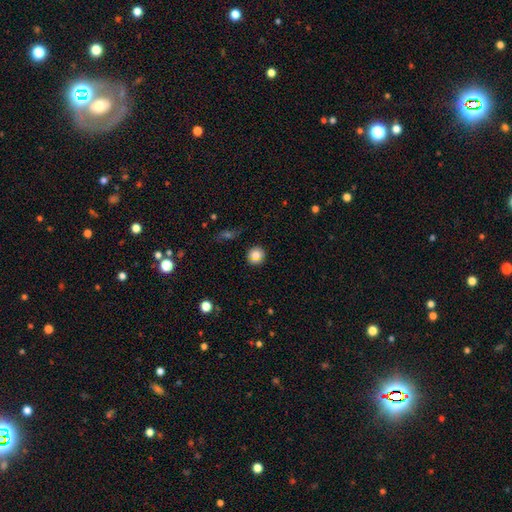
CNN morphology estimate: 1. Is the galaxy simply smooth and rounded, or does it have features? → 81% smooth, 10% star or artifact, 9% featured or disk.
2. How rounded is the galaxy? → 89% round, 10% in between, 1% cigar-shaped.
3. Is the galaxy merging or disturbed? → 86% none, 10% minor disturbance, 2% major disturbance, 2% merger.